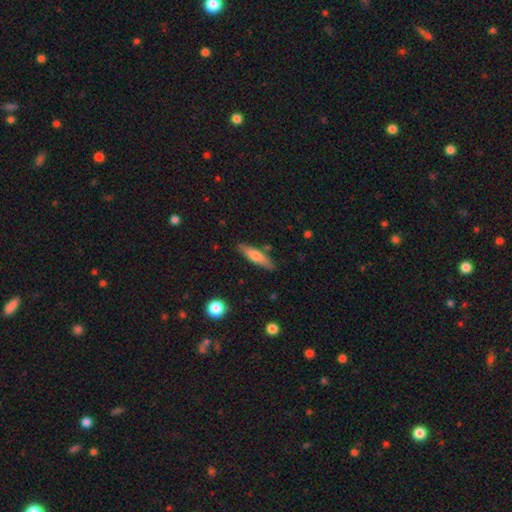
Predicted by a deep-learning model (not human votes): A smooth galaxy with no disk features (69%) that is cigar-shaped (70%). Merging: none (83%).